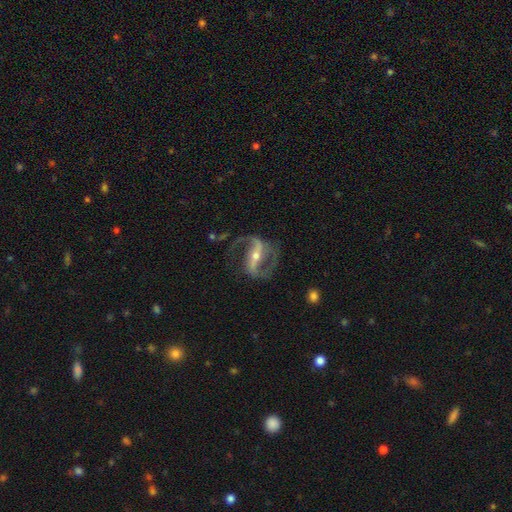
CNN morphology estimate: Smooth or featured?
  - featured or disk: 91% *
  - star or artifact: 5%
  - smooth: 4%
Edge-on disk?
  - no: 95% *
  - yes: 5%
Bar?
  - strong: 69% *
  - weak: 21%
  - no: 9%
Spiral arms?
  - yes: 96% *
  - no: 4%
Spiral winding?
  - medium: 47% *
  - loose: 41%
  - tight: 11%
Spiral arm count?
  - 2: 91% *
  - 1: 3%
  - can't tell: 2%
  - 3: 1%
  - 4: 1%
  - more than 4: 1%
Bulge size?
  - small: 52% *
  - moderate: 43%
  - large: 2%
  - none: 1%
  - dominant: 1%
Merging?
  - none: 70% *
  - minor disturbance: 14%
  - major disturbance: 14%
  - merger: 2%